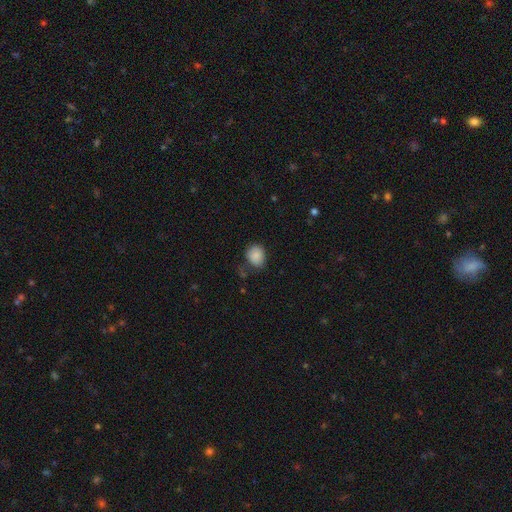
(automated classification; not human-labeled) The model was most divided on "how rounded": round: 59%, in between: 40%, cigar-shaped: 1%. More confident: smooth or featured — smooth (87%); merging — none (67%).